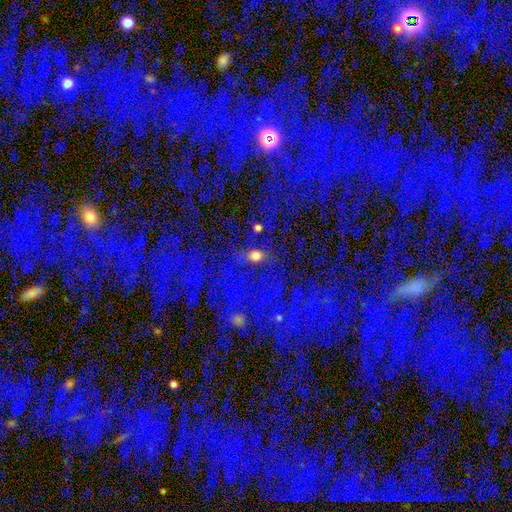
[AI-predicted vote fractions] Morphology: type=smooth (50%); merging=none (60%).